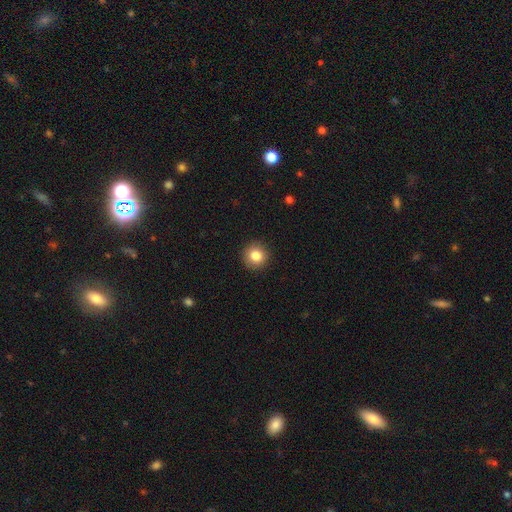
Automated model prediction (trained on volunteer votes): A smooth galaxy with no disk features (83%) that is round (94%). Merging: none (92%).